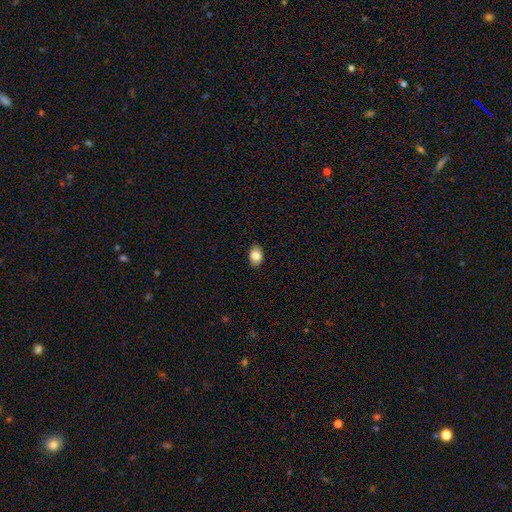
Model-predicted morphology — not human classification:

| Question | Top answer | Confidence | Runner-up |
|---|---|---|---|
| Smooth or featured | smooth | 83% | featured or disk (8%) |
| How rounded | in between | 78% | round (21%) |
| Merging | none | 88% | minor disturbance (9%) |